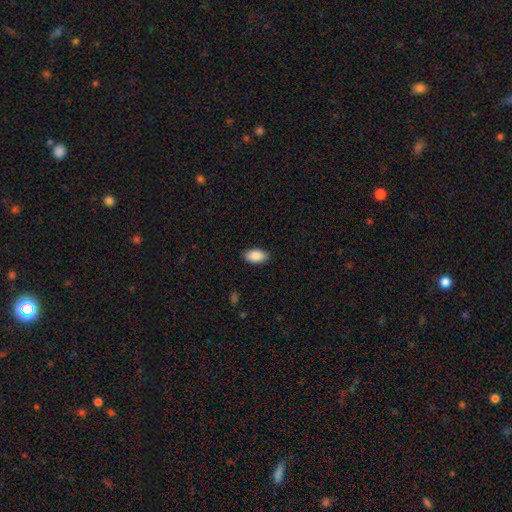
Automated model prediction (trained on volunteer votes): smooth_or_featured: smooth (p=0.90) [alt: star or artifact p=0.07]
how_rounded: in between (p=0.94) [alt: round p=0.04]
merging: none (p=0.87) [alt: minor disturbance p=0.10]